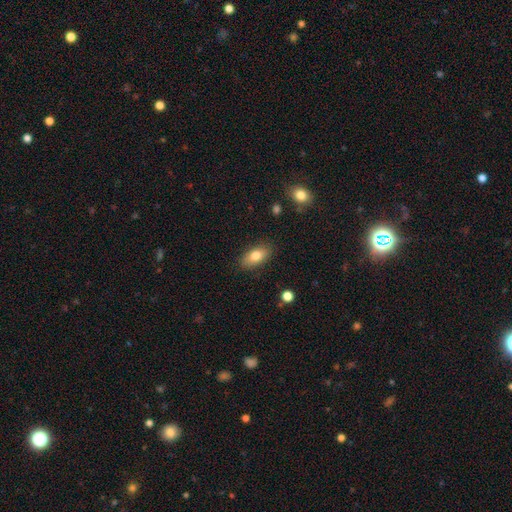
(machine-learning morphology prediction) A smooth galaxy with no disk features (81%) that is in between round and cigar-shaped (88%).

Vote fractions:
- Smooth or featured? smooth: 81% / featured or disk: 12% / star or artifact: 7%
- How rounded? in between: 88% / cigar-shaped: 7% / round: 5%
- Merging? none: 86% / minor disturbance: 10% / major disturbance: 3% / merger: 1%